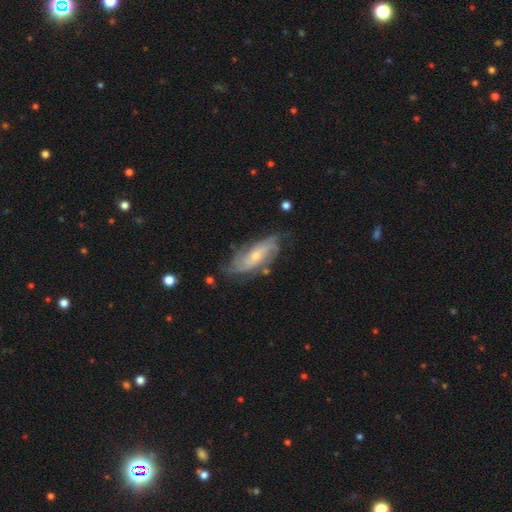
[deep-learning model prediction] This appears to be a featured or disk galaxy (78%) with no bar (67%), tight (52%) spiral arms (92%) and a small central bulge (63%). Merging: none (69%).